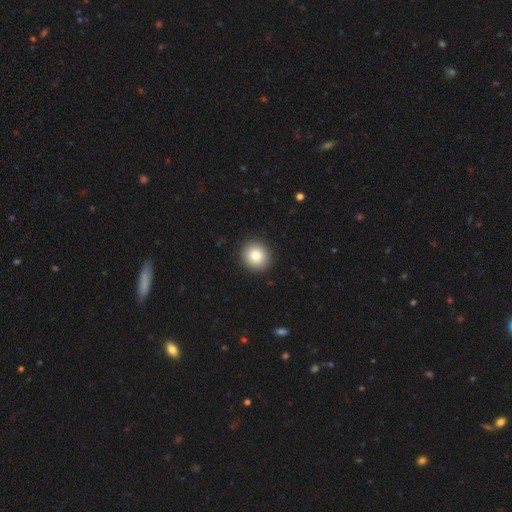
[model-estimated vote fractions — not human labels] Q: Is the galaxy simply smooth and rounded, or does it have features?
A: smooth — 81%.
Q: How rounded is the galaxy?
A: round — 91%.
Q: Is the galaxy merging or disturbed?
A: none — 92%.